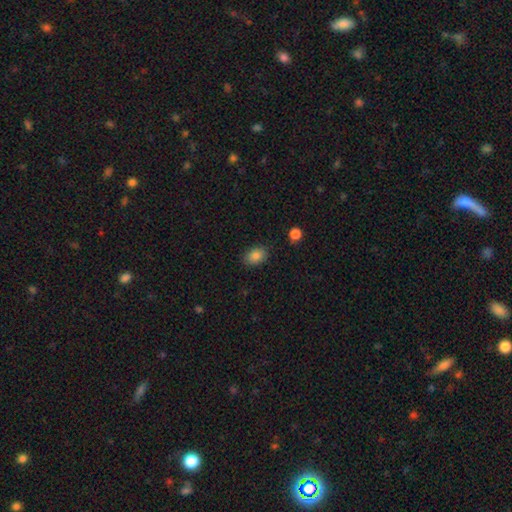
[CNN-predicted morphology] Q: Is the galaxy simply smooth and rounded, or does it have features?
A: smooth — 83%.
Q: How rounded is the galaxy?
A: in between — 74%.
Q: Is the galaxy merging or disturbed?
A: none — 85%.